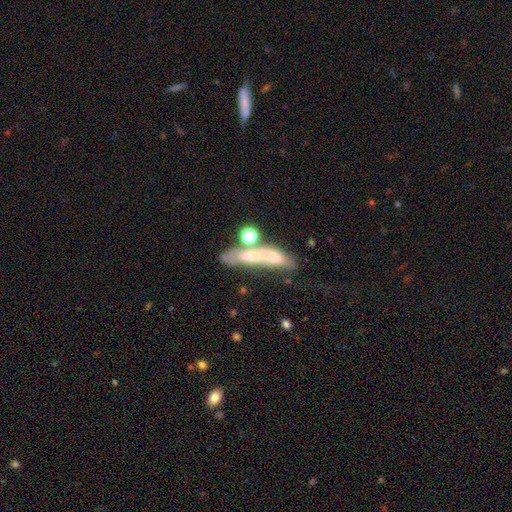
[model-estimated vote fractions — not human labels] smooth-or-featured: smooth: 45% | featured or disk: 41% | star or artifact: 14%
  merging: merger: 39% | none: 27% | major disturbance: 19% | minor disturbance: 15%